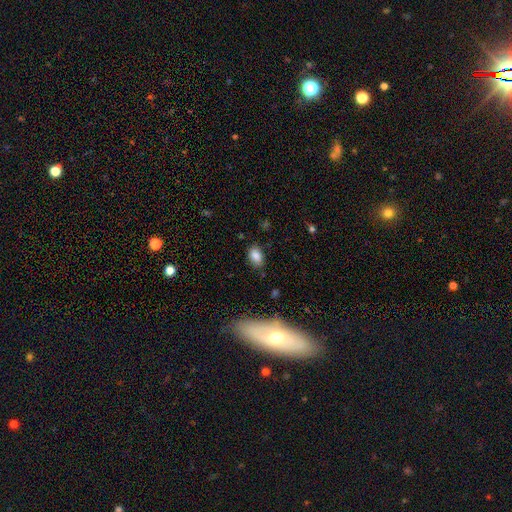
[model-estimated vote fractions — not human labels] Q: Smooth or featured?
A: smooth (84%); runner-up: star or artifact (9%)
Q: How rounded?
A: in between (88%); runner-up: round (11%)
Q: Merging?
A: none (80%); runner-up: minor disturbance (15%)